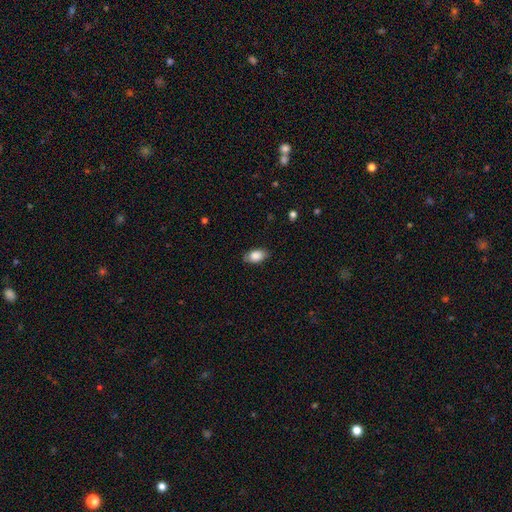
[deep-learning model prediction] Smooth or featured?
  - smooth: 86% *
  - featured or disk: 7%
  - star or artifact: 7%
How rounded?
  - in between: 91% *
  - round: 7%
  - cigar-shaped: 2%
Merging?
  - none: 82% *
  - minor disturbance: 14%
  - major disturbance: 3%
  - merger: 1%